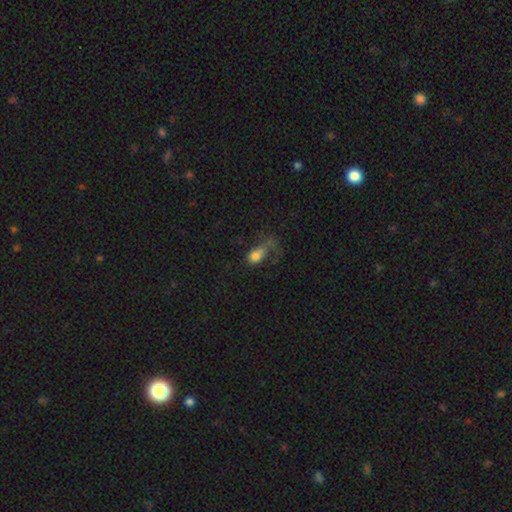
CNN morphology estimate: smooth 69%, featured or disk 19%, star or artifact 12%. Down the decision tree: how rounded — in between (75%); merging — major disturbance (53%).